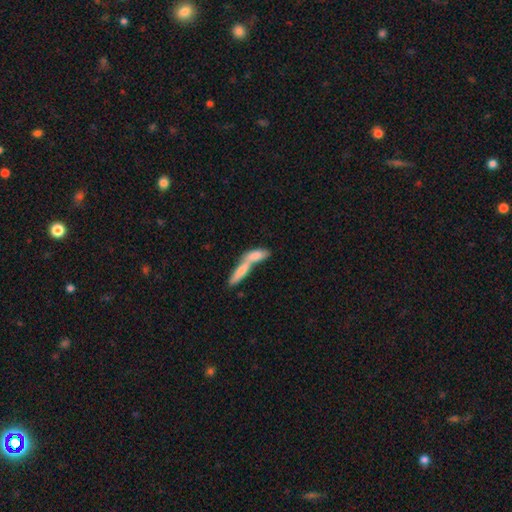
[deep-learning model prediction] A smooth galaxy with no disk features (72%) that is cigar-shaped (53%). Merging: merger (70%).